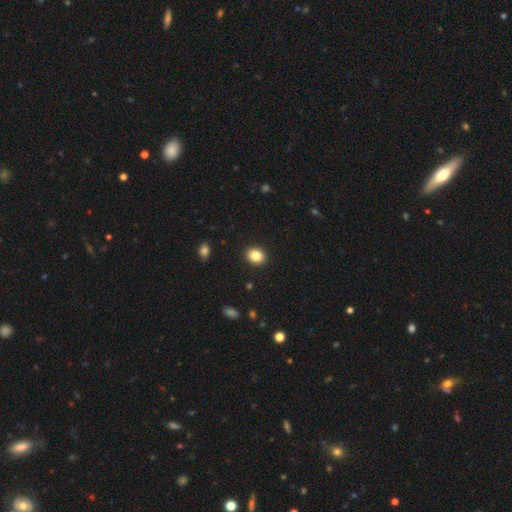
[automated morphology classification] Q: Smooth or featured?
A: smooth (85%); runner-up: star or artifact (10%)
Q: How rounded?
A: round (59%); runner-up: in between (41%)
Q: Merging?
A: none (91%); runner-up: minor disturbance (6%)